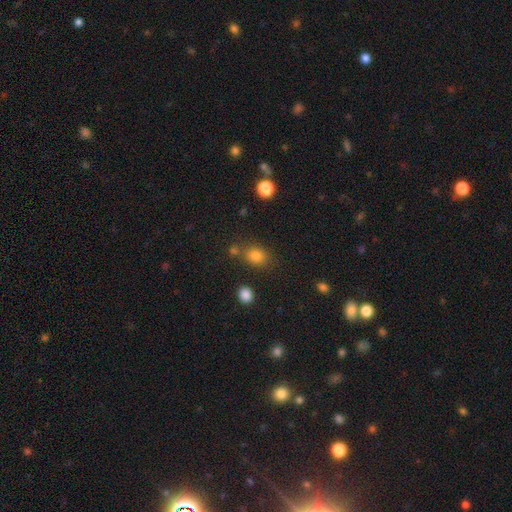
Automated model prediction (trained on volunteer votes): Morphology: type=smooth (81%); roundness=in between (51%); merging=none (70%).